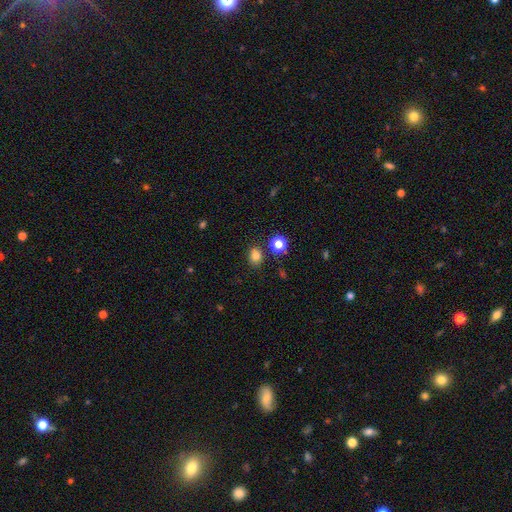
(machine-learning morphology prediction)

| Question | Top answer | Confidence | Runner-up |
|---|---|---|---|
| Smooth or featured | smooth | 79% | star or artifact (15%) |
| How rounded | round | 56% | in between (43%) |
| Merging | none | 82% | minor disturbance (10%) |